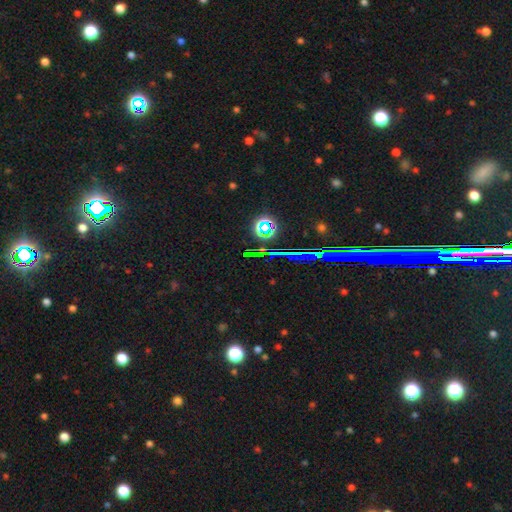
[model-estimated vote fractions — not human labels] A star or artifact, not a galaxy (69%).

Vote fractions:
- Smooth or featured? star or artifact: 69% / smooth: 21% / featured or disk: 9%